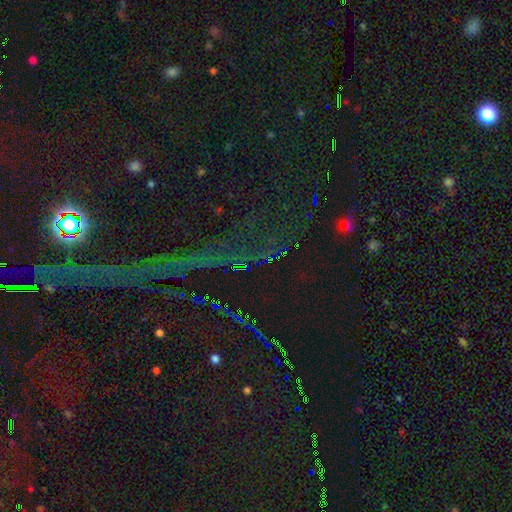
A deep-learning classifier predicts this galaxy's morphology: Smooth or featured? Predicted: star or artifact (p=0.85).